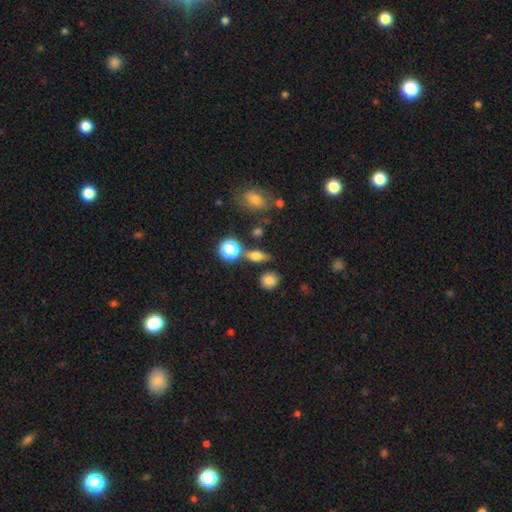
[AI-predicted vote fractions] Smooth or featured? Predicted: smooth (p=0.60). How rounded? Predicted: in between (p=0.51). Merging? Predicted: none (p=0.73).